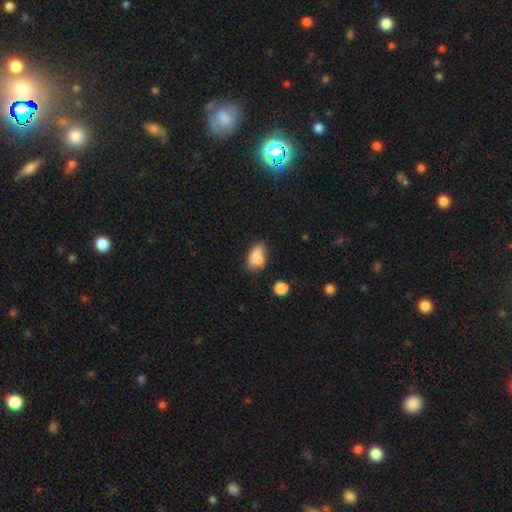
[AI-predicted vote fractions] Smooth or featured? Predicted: smooth (p=0.75). How rounded? Predicted: in between (p=0.84). Merging? Predicted: none (p=0.41).